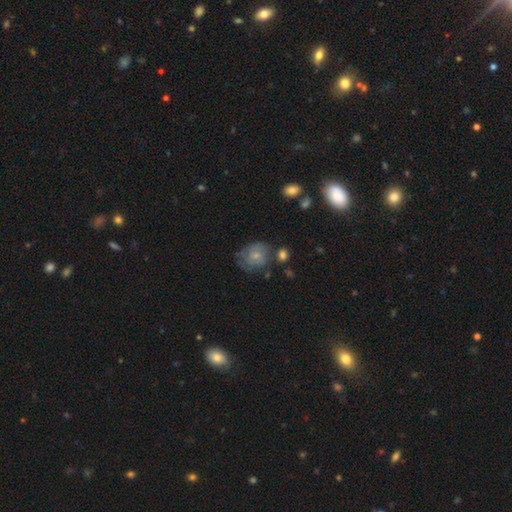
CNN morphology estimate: This appears to be a smooth galaxy with no disk features (54%) that is round (59%). Merging: none (48%).